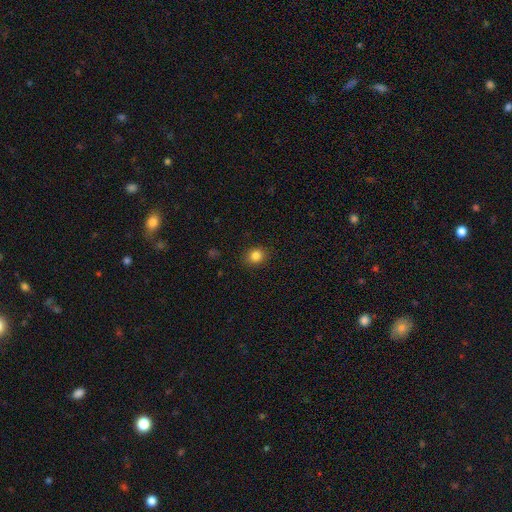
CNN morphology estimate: smooth 83%, star or artifact 12%, featured or disk 5%. Down the decision tree: how rounded — round (73%); merging — none (90%).